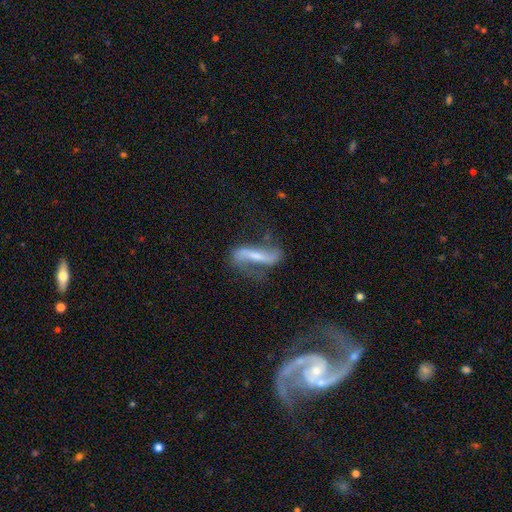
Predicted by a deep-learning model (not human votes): Smooth or featured? featured or disk (67%)
Edge-on disk? no (79%)
Bar? strong (52%)
Spiral arms? yes (83%)
Bulge size? small (38%)
Merging? none (48%)